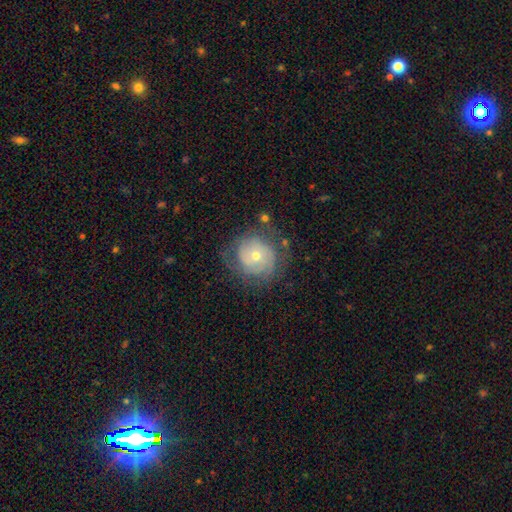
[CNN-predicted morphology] Smooth or featured: featured or disk — 66% (smooth — 26%)
Edge-on disk: no — 97% (yes — 3%)
Bar: no — 80% (weak — 16%)
Spiral arms: yes — 78% (no — 22%)
Spiral winding: tight — 65% (medium — 25%)
Spiral arm count: can't tell — 43% (2 — 32%)
Bulge size: small — 50% (moderate — 46%)
Merging: none — 66% (minor disturbance — 20%)